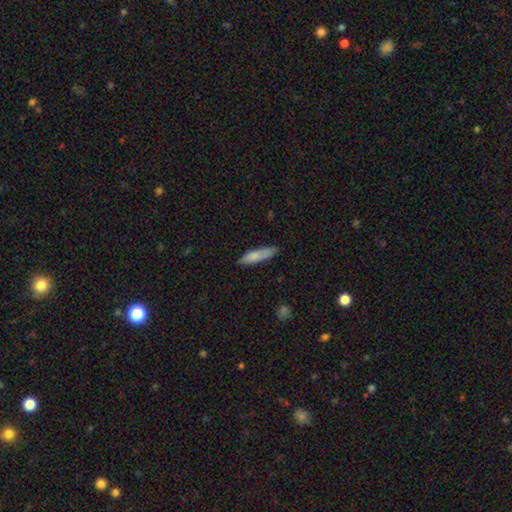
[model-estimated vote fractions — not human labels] Smooth or featured: smooth — 80% (featured or disk — 14%)
How rounded: cigar-shaped — 68% (in between — 30%)
Merging: none — 79% (minor disturbance — 17%)